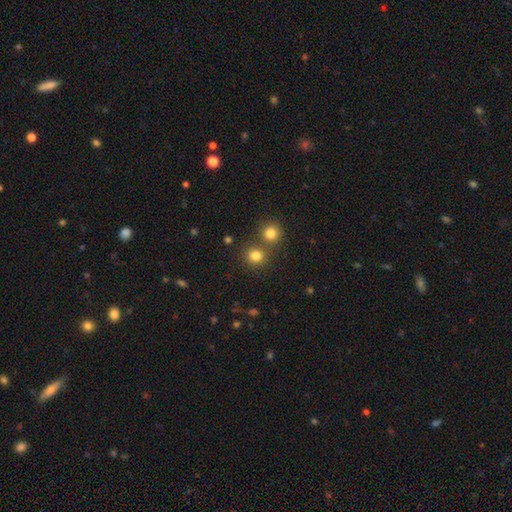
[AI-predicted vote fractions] A smooth galaxy with no disk features (81%) that is round (88%). Merging: none (68%).